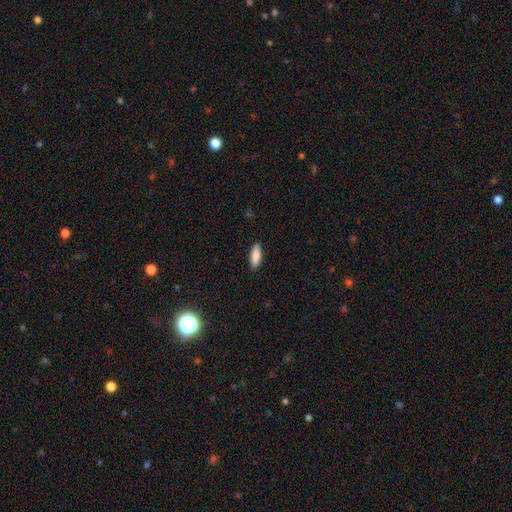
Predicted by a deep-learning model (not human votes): smooth-or-featured: smooth: 86% | featured or disk: 8% | star or artifact: 6%
  how-rounded: in between: 59% | cigar-shaped: 39% | round: 2%
  merging: none: 89% | minor disturbance: 8% | major disturbance: 2% | merger: 1%